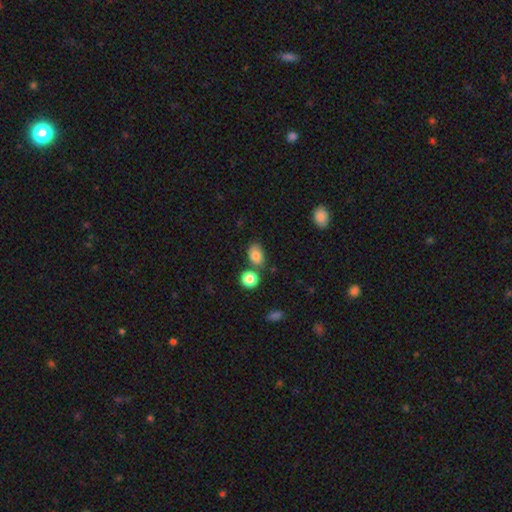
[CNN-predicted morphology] A smooth galaxy with no disk features (81%) that is in between round and cigar-shaped (79%).

Vote fractions:
- Smooth or featured? smooth: 81% / star or artifact: 11% / featured or disk: 8%
- How rounded? in between: 79% / round: 20% / cigar-shaped: 1%
- Merging? none: 69% / minor disturbance: 14% / merger: 13% / major disturbance: 4%